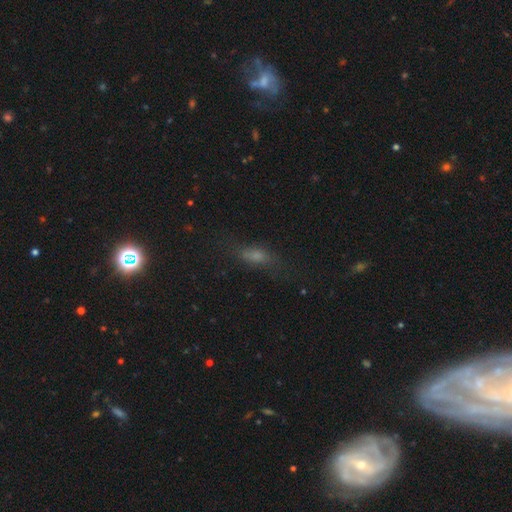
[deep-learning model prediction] Q: Smooth or featured?
A: smooth (62%); runner-up: featured or disk (20%)
Q: How rounded?
A: in between (62%); runner-up: cigar-shaped (32%)
Q: Merging?
A: none (65%); runner-up: minor disturbance (21%)